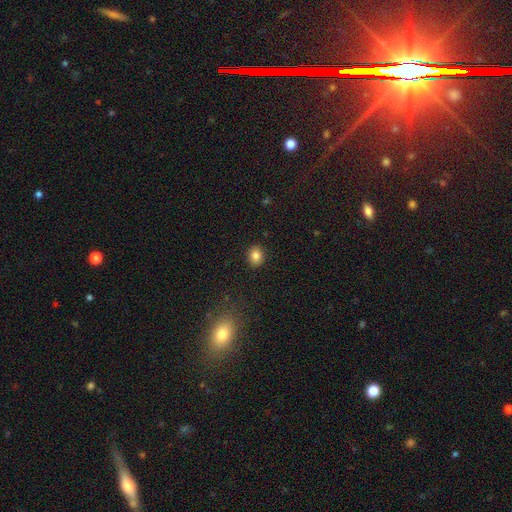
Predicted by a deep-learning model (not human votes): The model was most divided on "how rounded": round: 60%, in between: 39%, cigar-shaped: 1%. More confident: merging — none (90%); smooth or featured — smooth (83%).